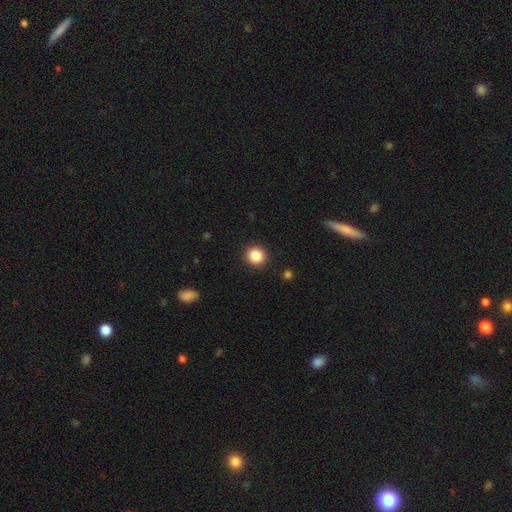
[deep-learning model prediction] This appears to be a smooth galaxy with no disk features (86%) that is round (88%). Merging: none (91%).